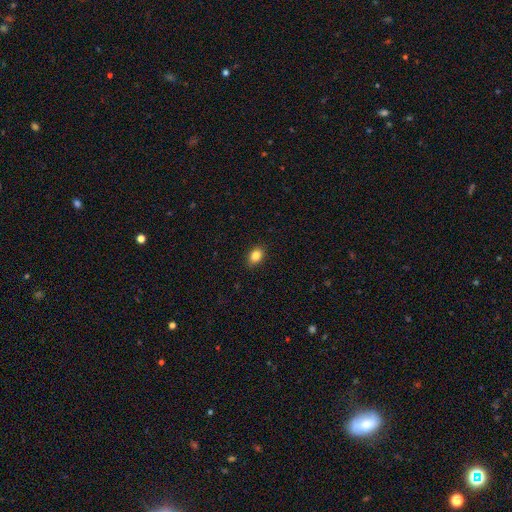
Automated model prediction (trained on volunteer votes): smooth_or_featured: smooth (p=0.85) [alt: star or artifact p=0.09]
how_rounded: in between (p=0.75) [alt: round p=0.23]
merging: none (p=0.88) [alt: minor disturbance p=0.09]